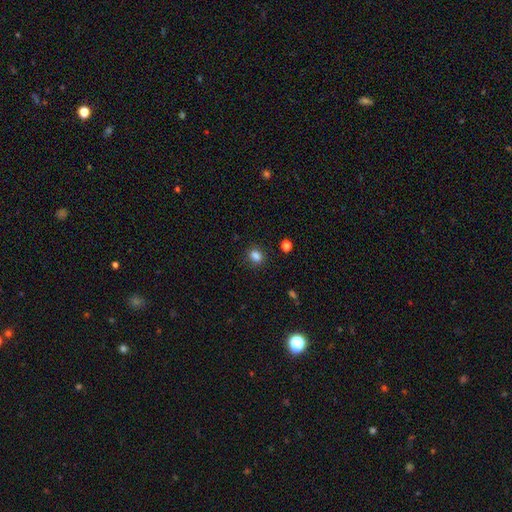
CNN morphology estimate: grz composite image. It shows a smooth galaxy with no disk features (84%) that is in between round and cigar-shaped (58%). Merging: none (83%).